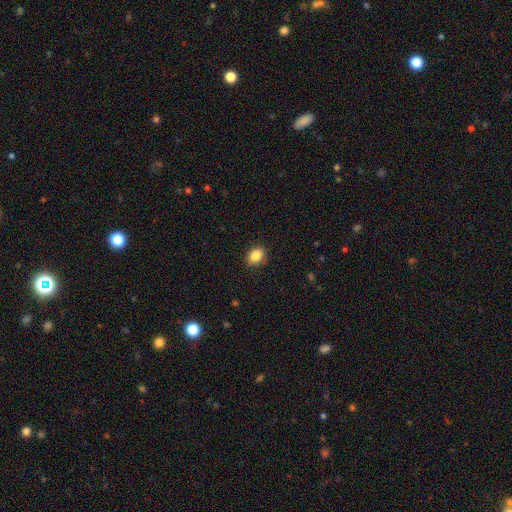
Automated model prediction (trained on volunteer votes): The model was most divided on "how rounded": in between: 69%, round: 30%, cigar-shaped: 1%. More confident: smooth or featured — smooth (86%); merging — none (85%).